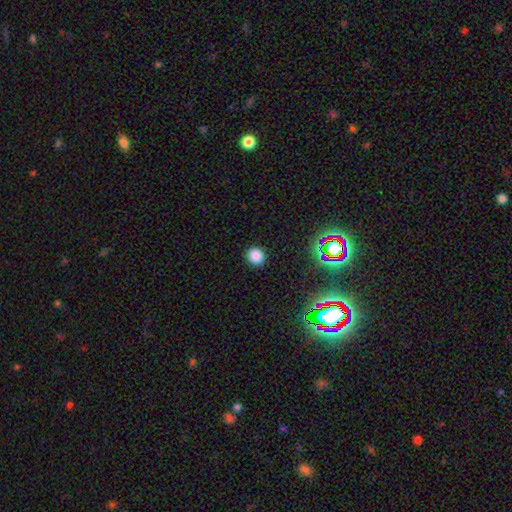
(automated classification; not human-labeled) A smooth galaxy with no disk features (82%) that is round (91%).

Vote fractions:
- Smooth or featured? smooth: 82% / star or artifact: 15% / featured or disk: 4%
- How rounded? round: 91% / in between: 9% / cigar-shaped: 1%
- Merging? none: 91% / minor disturbance: 6% / major disturbance: 2% / merger: 1%